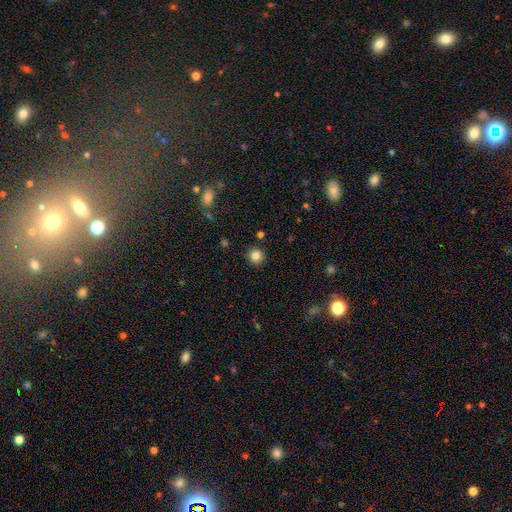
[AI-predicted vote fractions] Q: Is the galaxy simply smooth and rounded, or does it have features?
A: smooth — 83%.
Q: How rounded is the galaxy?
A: round — 93%.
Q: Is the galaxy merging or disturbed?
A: none — 90%.